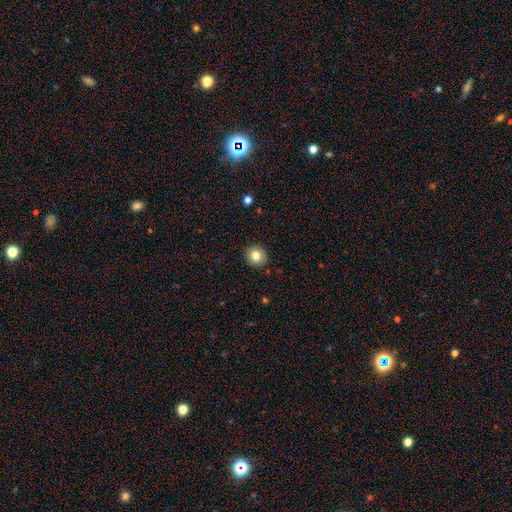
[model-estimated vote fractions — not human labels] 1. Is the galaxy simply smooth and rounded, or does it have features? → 80% smooth, 10% featured or disk, 10% star or artifact.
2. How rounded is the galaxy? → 89% round, 10% in between, 1% cigar-shaped.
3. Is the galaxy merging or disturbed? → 91% none, 6% minor disturbance, 2% major disturbance, 1% merger.